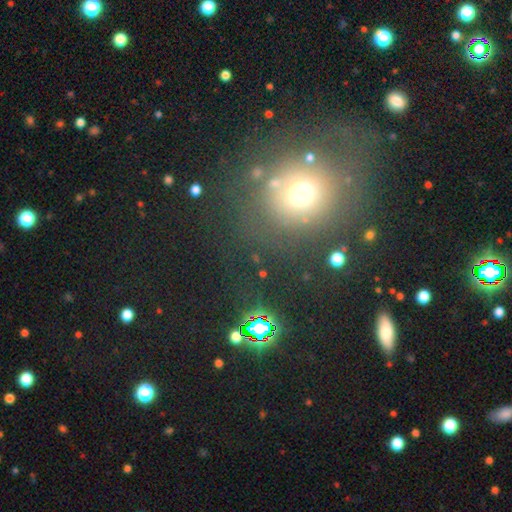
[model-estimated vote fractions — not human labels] Morphology: type=smooth (51%); roundness=round (78%); merging=none (75%).